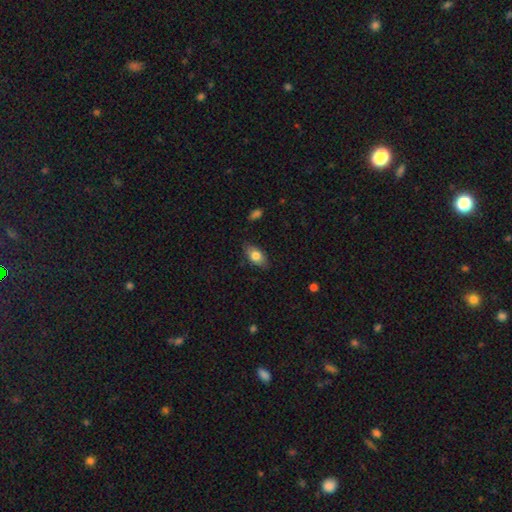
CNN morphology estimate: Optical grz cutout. It shows a smooth galaxy with no disk features (79%) that is in between round and cigar-shaped (90%). Merging: none (82%).